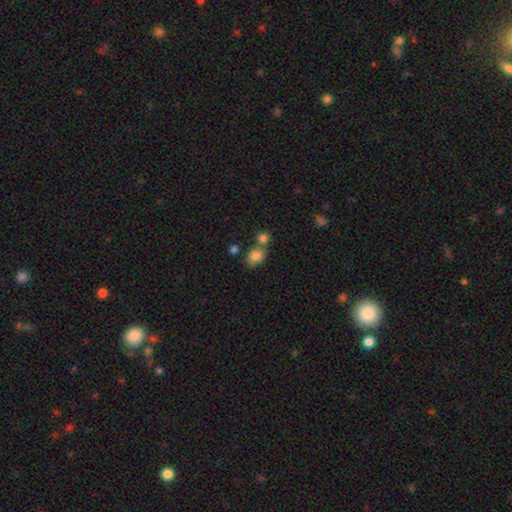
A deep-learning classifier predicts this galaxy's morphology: Smooth or featured? smooth (81%)
How rounded? in between (61%)
Merging? none (49%)